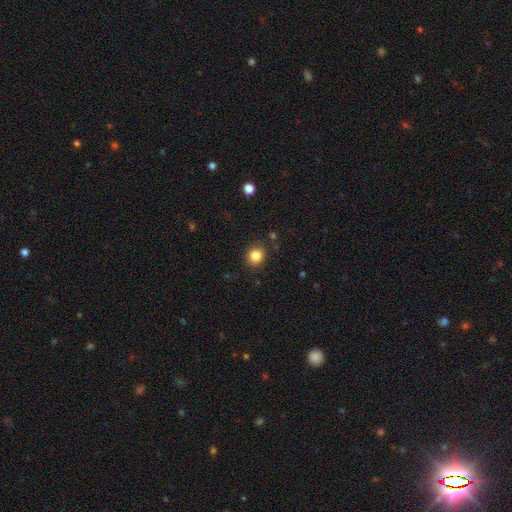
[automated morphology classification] Smooth or featured? Predicted: smooth (p=0.84). How rounded? Predicted: round (p=0.81). Merging? Predicted: none (p=0.88).